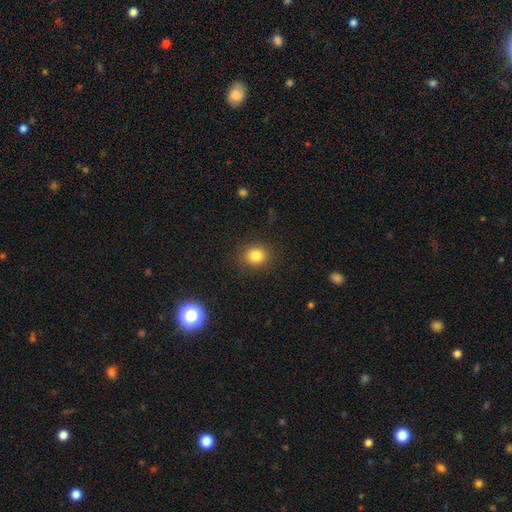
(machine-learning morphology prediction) Smooth or featured: smooth — 83% (star or artifact — 11%)
How rounded: round — 77% (in between — 22%)
Merging: none — 89% (minor disturbance — 7%)